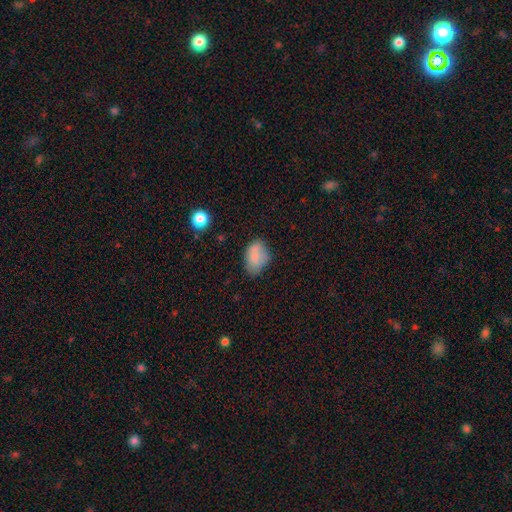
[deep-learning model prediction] smooth_or_featured: smooth (p=0.80) [alt: featured or disk p=0.11]
how_rounded: in between (p=0.84) [alt: round p=0.15]
merging: none (p=0.61) [alt: minor disturbance p=0.29]